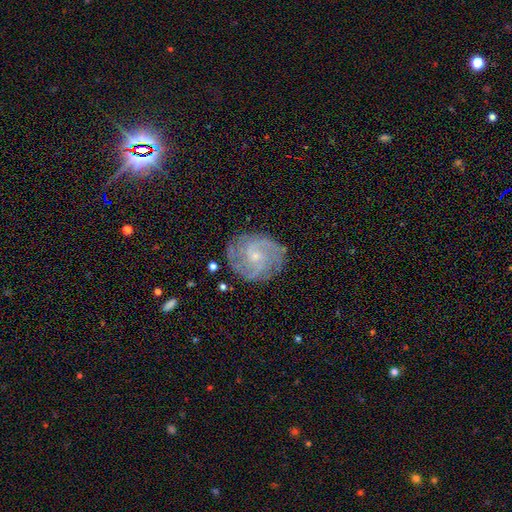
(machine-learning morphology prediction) A featured or disk galaxy (84%) with no bar (63%), 2 (24%, tied with can't tell) tight (54%) spiral arms (96%) and a small central bulge (73%). Merging: none (79%).